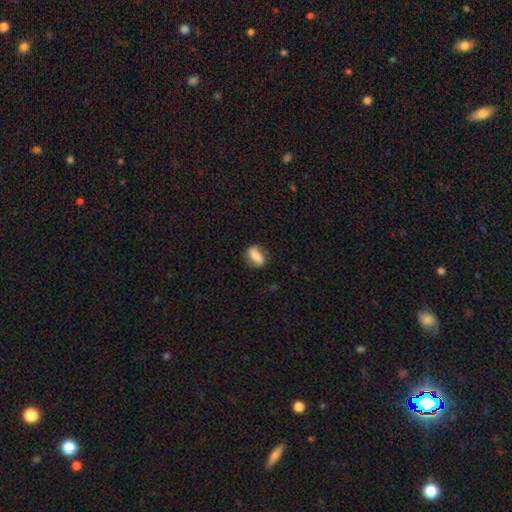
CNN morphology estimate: A smooth galaxy with no disk features (64%) that is in between round and cigar-shaped (77%). Merging: none (74%).